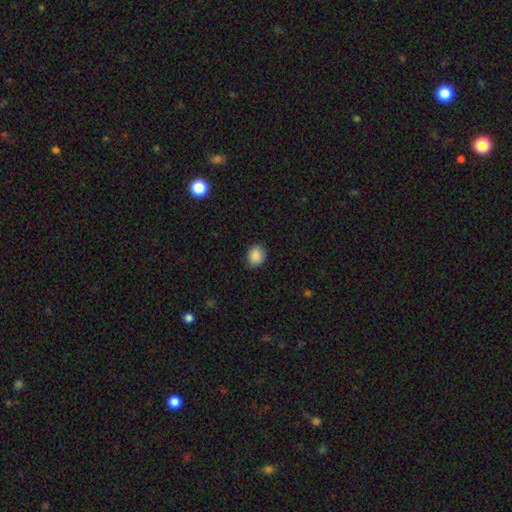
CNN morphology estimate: Smooth or featured?
  - smooth: 88% *
  - star or artifact: 8%
  - featured or disk: 3%
How rounded?
  - round: 57% *
  - in between: 42%
  - cigar-shaped: 1%
Merging?
  - none: 85% *
  - minor disturbance: 11%
  - major disturbance: 3%
  - merger: 1%